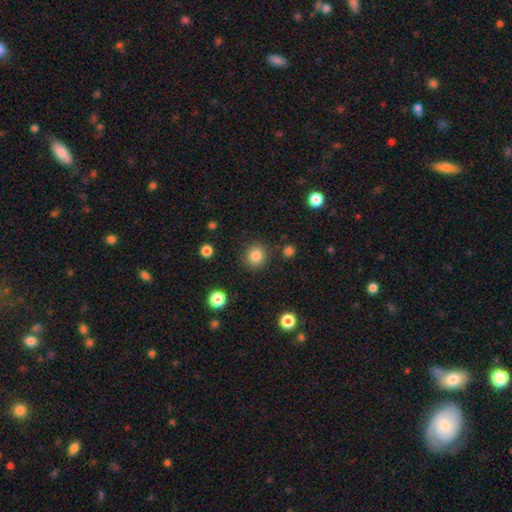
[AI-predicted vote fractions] This is clearly a smooth galaxy (85%). How rounded: clearly round (92%). Merging: clearly none (88%).